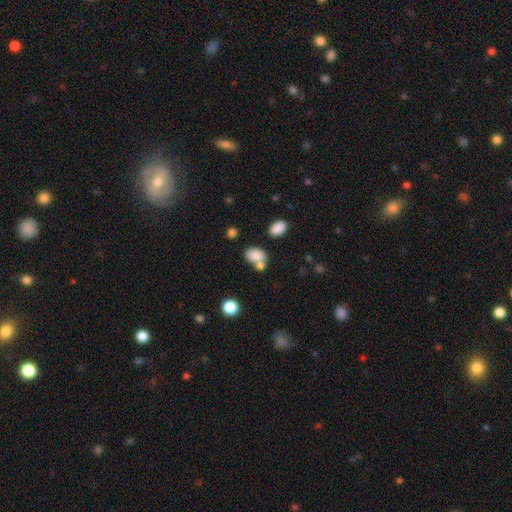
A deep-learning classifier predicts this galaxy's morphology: A smooth galaxy with no disk features (82%) that is in between round and cigar-shaped (75%). Merging: none (43%).